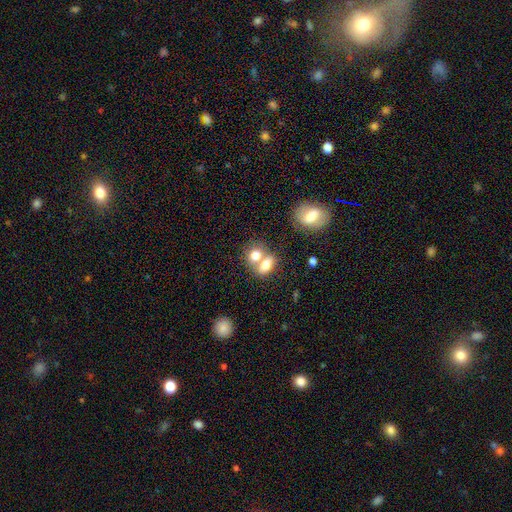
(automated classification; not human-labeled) smooth-or-featured: smooth: 76% | featured or disk: 15% | star or artifact: 9%
  how-rounded: in between: 62% | round: 36% | cigar-shaped: 2%
  merging: merger: 60% | none: 29% | minor disturbance: 8% | major disturbance: 4%